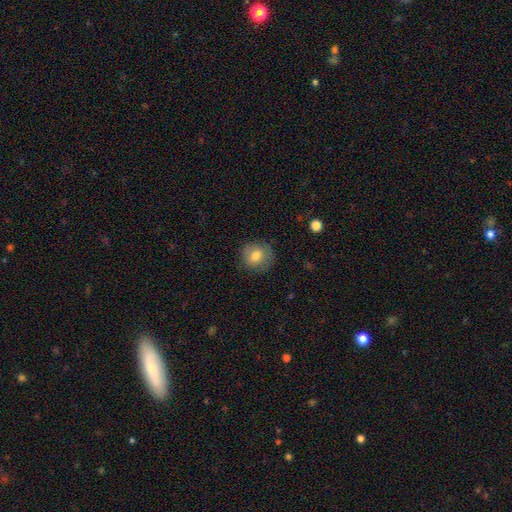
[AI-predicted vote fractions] Q: Smooth or featured?
A: smooth (77%); runner-up: featured or disk (14%)
Q: How rounded?
A: round (86%); runner-up: in between (13%)
Q: Merging?
A: none (83%); runner-up: minor disturbance (12%)